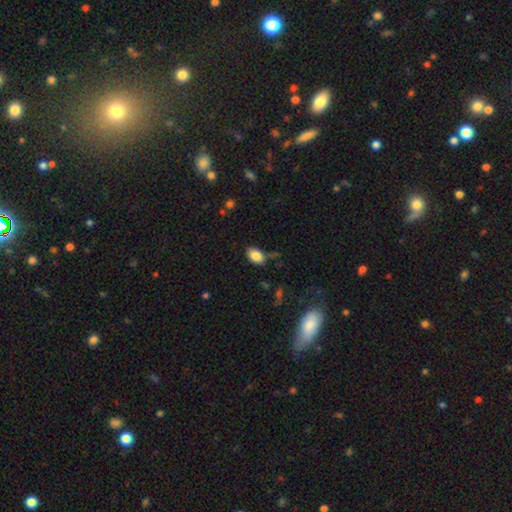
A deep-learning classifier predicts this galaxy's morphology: smooth 84%, star or artifact 9%, featured or disk 7%. Down the decision tree: how rounded — in between (86%); merging — none (71%).